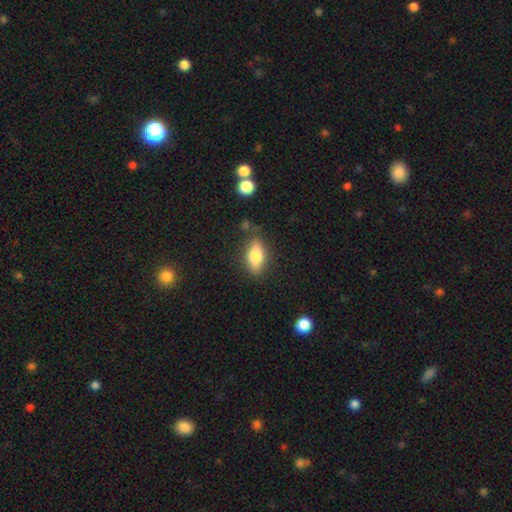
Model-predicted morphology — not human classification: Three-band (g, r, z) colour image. It shows a smooth galaxy with no disk features (74%) that is in between round and cigar-shaped (81%). Merging: none (79%).